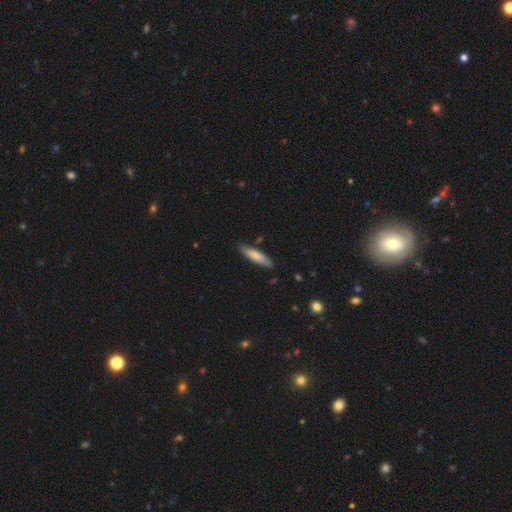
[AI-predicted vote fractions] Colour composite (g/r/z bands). It shows a smooth galaxy with no disk features (70%) that is cigar-shaped (79%). Merging: none (84%).